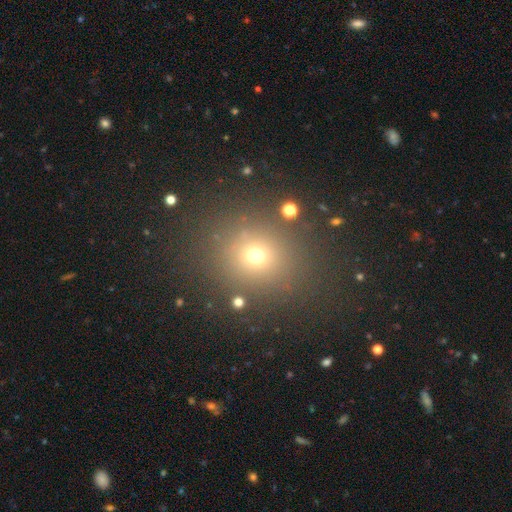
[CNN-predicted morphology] The model was most divided on "smooth or featured": smooth: 64%, star or artifact: 28%, featured or disk: 9%. More confident: merging — none (85%); how rounded — round (80%).